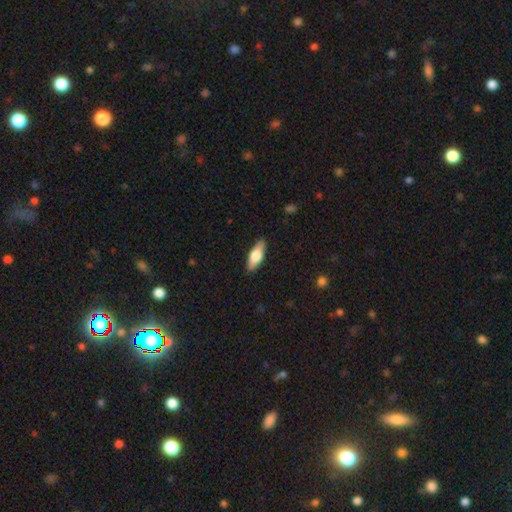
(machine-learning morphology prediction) type=smooth (58%); roundness=in between (63%); merging=none (89%).